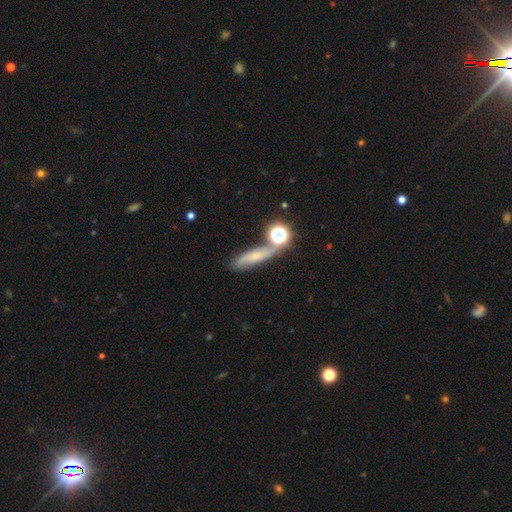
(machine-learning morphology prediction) smooth_or_featured: smooth (p=0.44) [alt: featured or disk p=0.37]
merging: none (p=0.59) [alt: minor disturbance p=0.18]